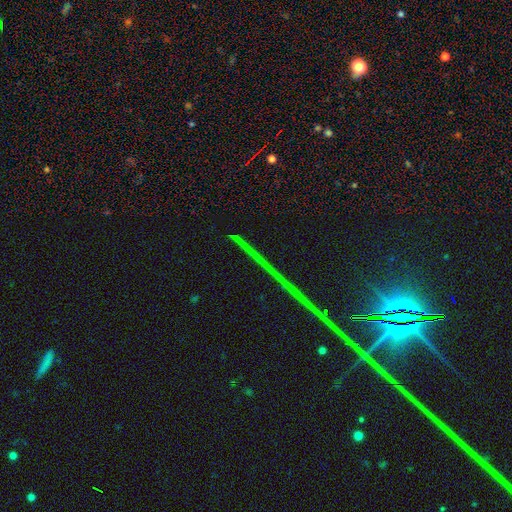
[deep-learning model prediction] Smooth or featured? Predicted: star or artifact (p=0.84).